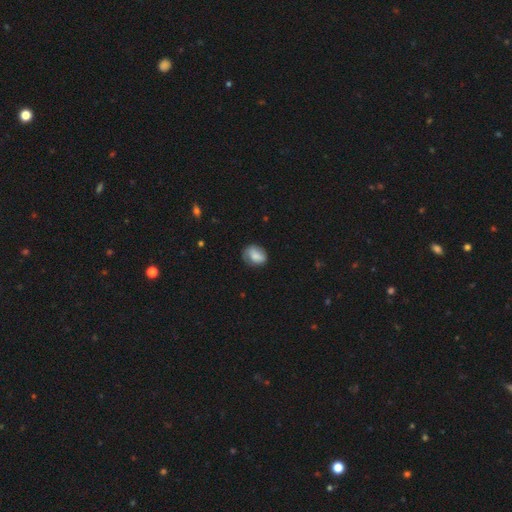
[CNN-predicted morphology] The model was most divided on "how rounded": in between: 58%, round: 41%, cigar-shaped: 1%. More confident: smooth or featured — smooth (70%); merging — none (64%).